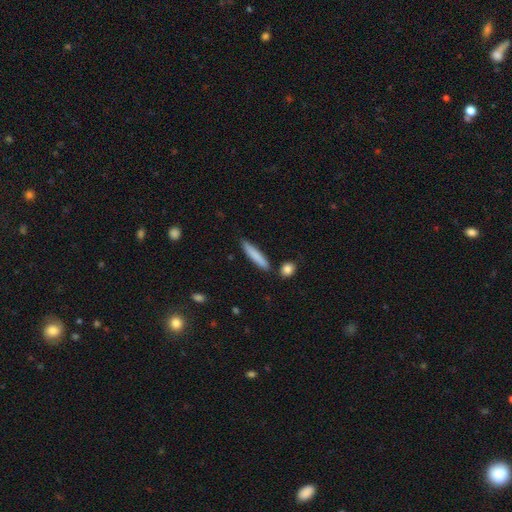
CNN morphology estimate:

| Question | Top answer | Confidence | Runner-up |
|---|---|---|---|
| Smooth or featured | smooth | 80% | featured or disk (14%) |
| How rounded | cigar-shaped | 90% | in between (8%) |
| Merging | none | 84% | minor disturbance (10%) |